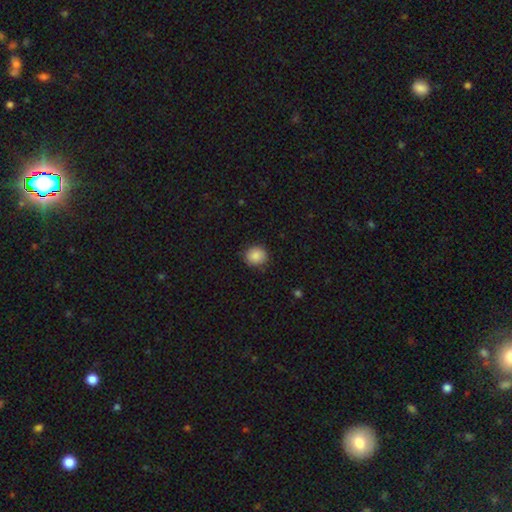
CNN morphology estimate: Q: Smooth or featured?
A: smooth (87%); runner-up: star or artifact (8%)
Q: How rounded?
A: round (82%); runner-up: in between (17%)
Q: Merging?
A: none (86%); runner-up: minor disturbance (11%)